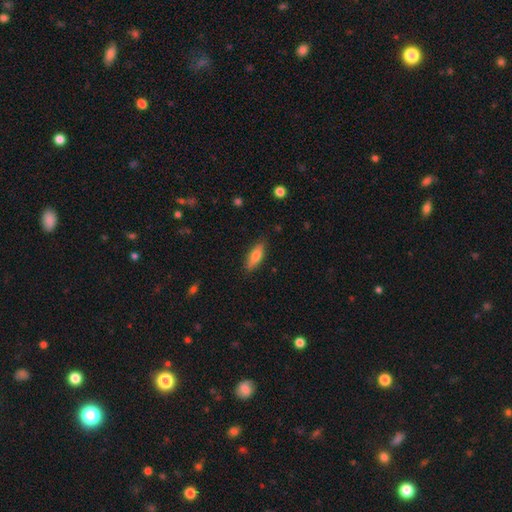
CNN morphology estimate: Smooth or featured? smooth (72%)
How rounded? in between (57%)
Merging? none (86%)